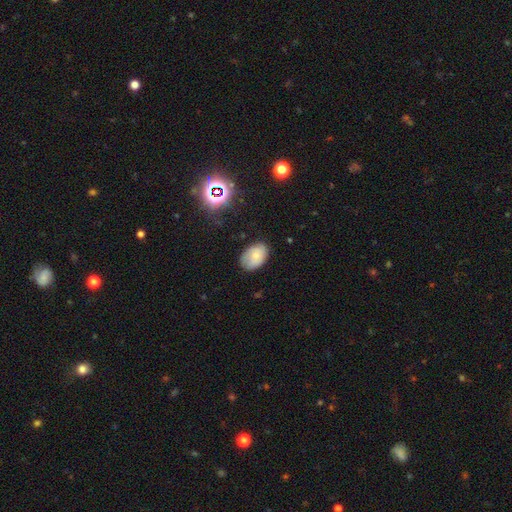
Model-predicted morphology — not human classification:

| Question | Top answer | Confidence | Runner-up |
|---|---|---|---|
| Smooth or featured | smooth | 69% | featured or disk (21%) |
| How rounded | in between | 85% | round (14%) |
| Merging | none | 72% | minor disturbance (22%) |